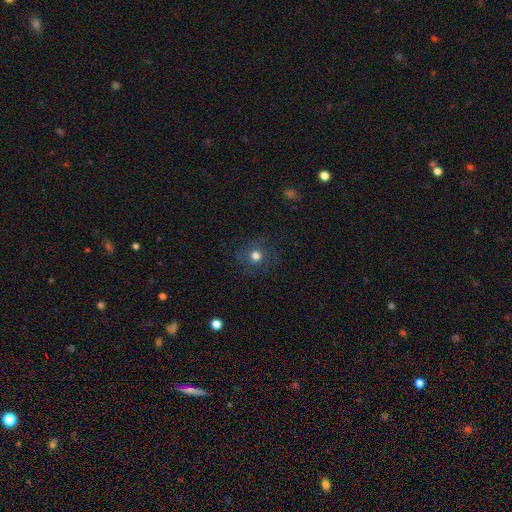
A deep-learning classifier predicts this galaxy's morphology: smooth_or_featured: smooth (p=0.65) [alt: featured or disk p=0.17]
how_rounded: round (p=0.90) [alt: in between p=0.09]
merging: none (p=0.81) [alt: minor disturbance p=0.12]